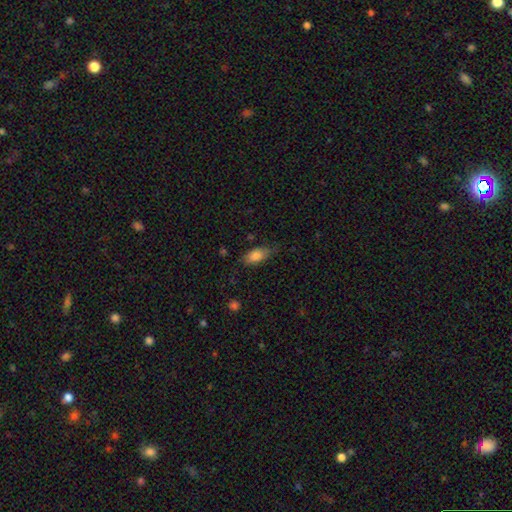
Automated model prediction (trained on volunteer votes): smooth-or-featured: smooth: 81% | featured or disk: 12% | star or artifact: 7%
  how-rounded: in between: 86% | cigar-shaped: 11% | round: 3%
  merging: none: 70% | minor disturbance: 23% | major disturbance: 5% | merger: 2%